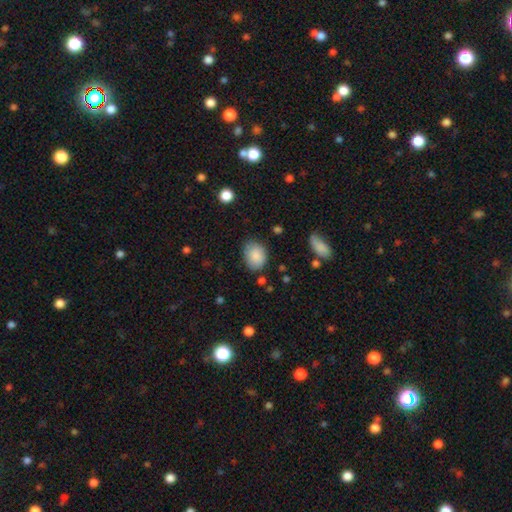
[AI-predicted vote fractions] smooth-or-featured: smooth: 87% | star or artifact: 7% | featured or disk: 6%
  how-rounded: in between: 64% | round: 35% | cigar-shaped: 1%
  merging: none: 72% | minor disturbance: 21% | major disturbance: 5% | merger: 2%